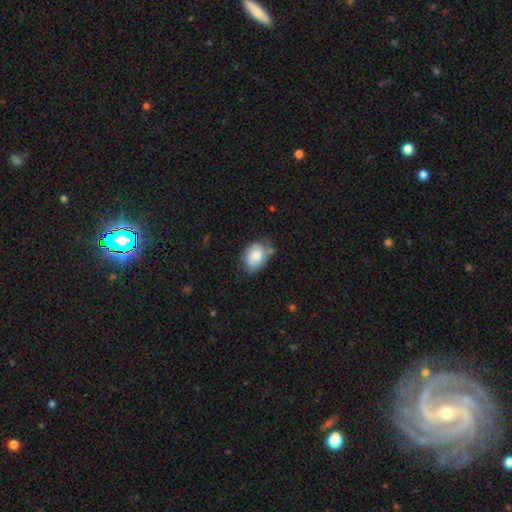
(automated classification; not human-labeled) This appears to be a smooth galaxy with no disk features (79%) that is in between round and cigar-shaped (71%). Merging: none (52%).